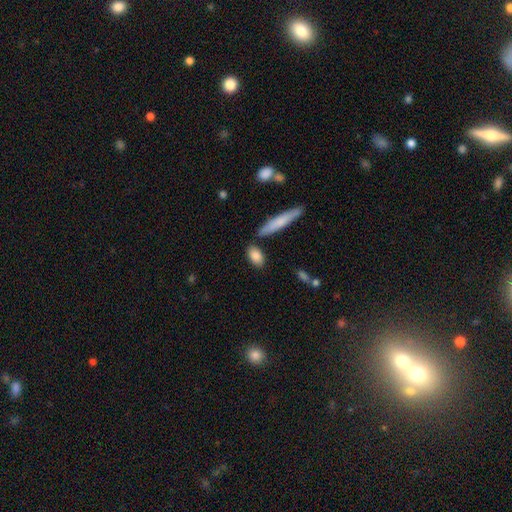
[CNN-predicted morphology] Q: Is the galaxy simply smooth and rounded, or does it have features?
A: smooth — 85%.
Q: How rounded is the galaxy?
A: in between — 83%.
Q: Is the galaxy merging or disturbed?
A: none — 78%.